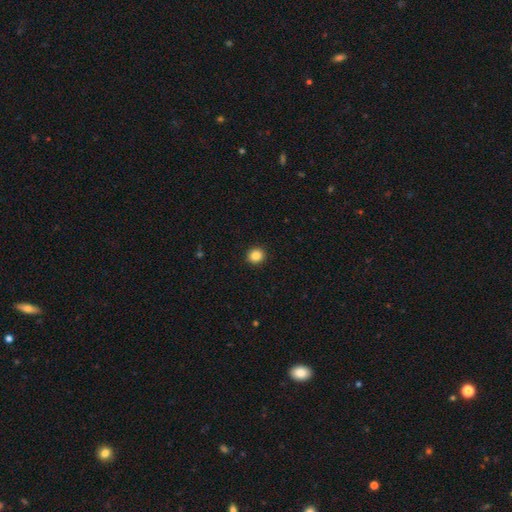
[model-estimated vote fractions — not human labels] Smooth or featured? Predicted: smooth (p=0.86). How rounded? Predicted: round (p=0.88). Merging? Predicted: none (p=0.93).